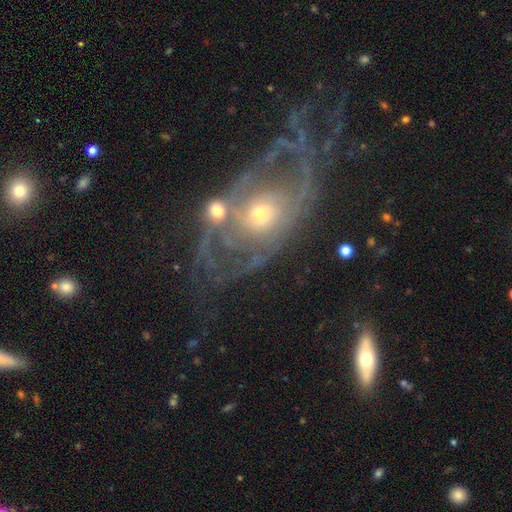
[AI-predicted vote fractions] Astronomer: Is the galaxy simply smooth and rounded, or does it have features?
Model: featured or disk — 81%.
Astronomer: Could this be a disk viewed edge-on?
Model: no — 93%.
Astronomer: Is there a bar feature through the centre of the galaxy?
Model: no — 78%.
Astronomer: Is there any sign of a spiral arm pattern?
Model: yes — 80%.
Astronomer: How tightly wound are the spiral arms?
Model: tight — 49% (runner-up: medium, 34%).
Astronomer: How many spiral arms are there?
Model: can't tell — 41% (runner-up: 2, 33%).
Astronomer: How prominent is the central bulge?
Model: small — 50% (runner-up: moderate, 44%).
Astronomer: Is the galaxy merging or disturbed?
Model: none — 47% (runner-up: major disturbance, 24%).